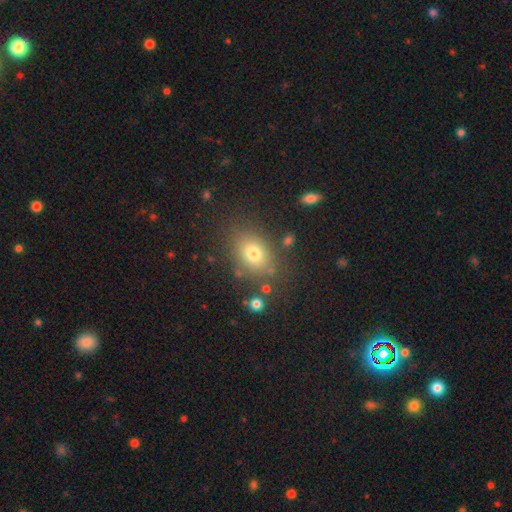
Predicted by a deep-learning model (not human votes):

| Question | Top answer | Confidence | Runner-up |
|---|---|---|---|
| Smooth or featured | smooth | 60% | star or artifact (29%) |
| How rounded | in between | 59% | round (39%) |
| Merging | none | 81% | minor disturbance (10%) |